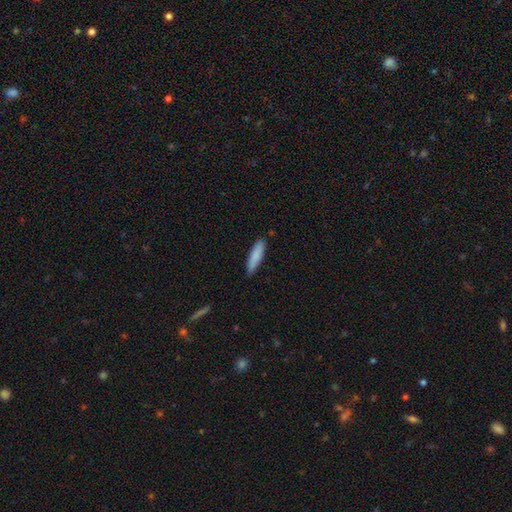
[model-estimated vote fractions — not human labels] This appears to be a smooth galaxy with no disk features (85%) that is cigar-shaped (75%). Merging: none (86%).